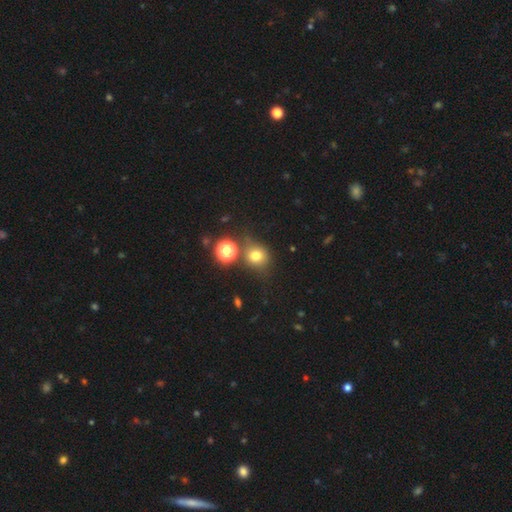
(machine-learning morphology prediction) Q: Smooth or featured?
A: smooth (72%); runner-up: star or artifact (19%)
Q: How rounded?
A: round (83%); runner-up: in between (16%)
Q: Merging?
A: none (69%); runner-up: minor disturbance (15%)